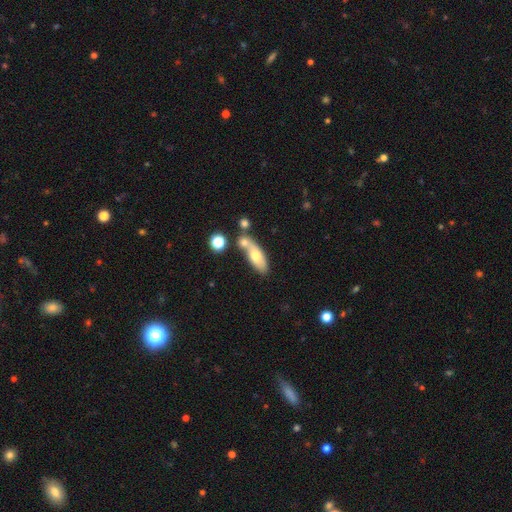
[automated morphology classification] type=smooth (63%); roundness=in between (67%); merging=none (43%).